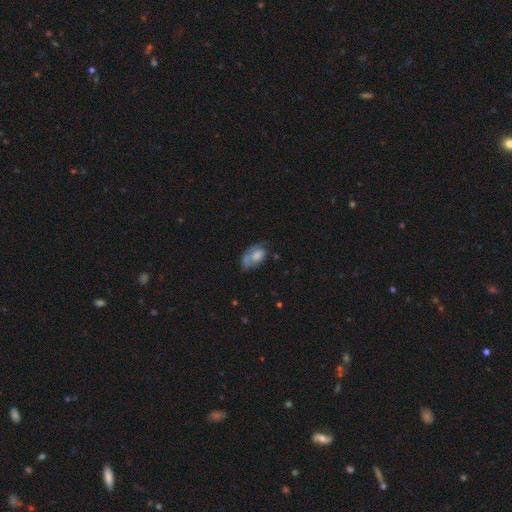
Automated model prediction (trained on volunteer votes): Overall: smooth (56%; featured or disk 34%). How rounded: in between (87%). Merging: none (30%; minor disturbance 26%).